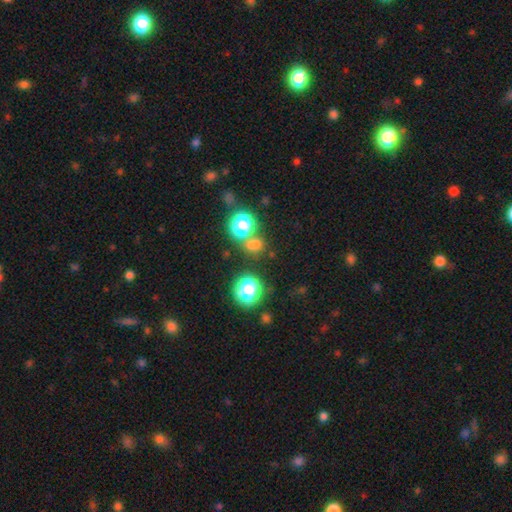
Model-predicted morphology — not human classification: This is possibly a star or artifact rather than a galaxy (55%).